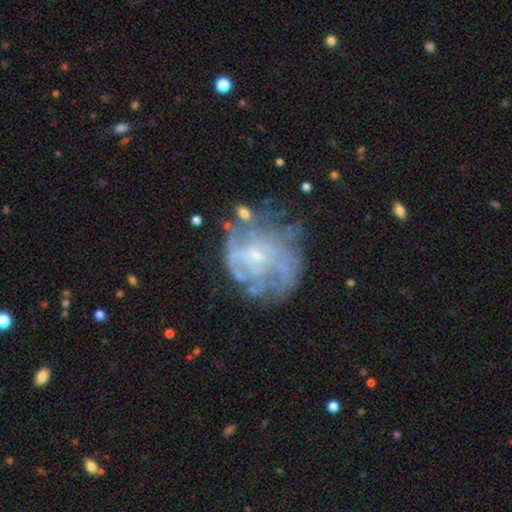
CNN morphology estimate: Smooth or featured? featured or disk (70%)
Edge-on disk? no (98%)
Bar? no (72%)
Spiral arms? no (51%)
Bulge size? small (68%)
Merging? none (49%)